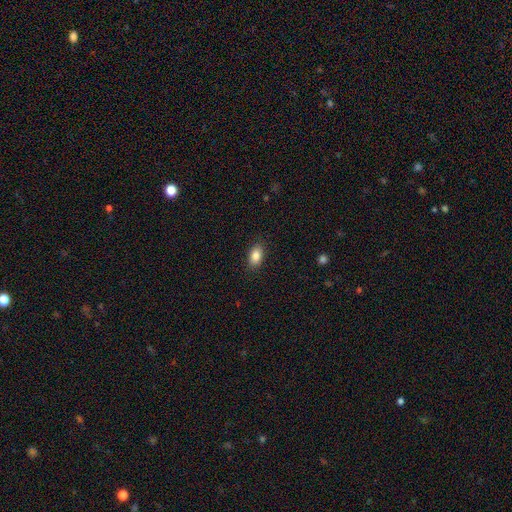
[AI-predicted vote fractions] Morphology: type=smooth (86%); roundness=in between (90%); merging=none (88%).